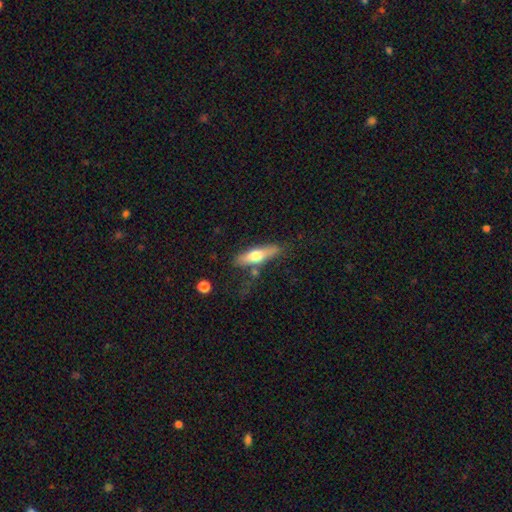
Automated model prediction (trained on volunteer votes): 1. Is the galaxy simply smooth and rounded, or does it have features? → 56% smooth, 38% featured or disk, 6% star or artifact.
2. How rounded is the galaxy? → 59% cigar-shaped, 38% in between, 3% round.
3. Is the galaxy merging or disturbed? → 68% none, 20% minor disturbance, 7% major disturbance, 6% merger.